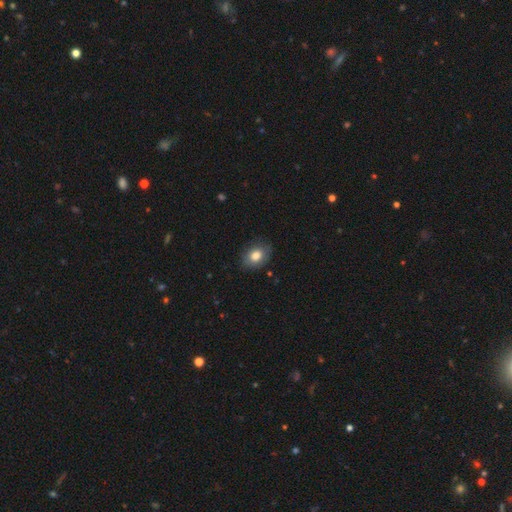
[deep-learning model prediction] Smooth or featured: smooth — 80% (featured or disk — 12%)
How rounded: in between — 71% (round — 28%)
Merging: none — 82% (minor disturbance — 14%)